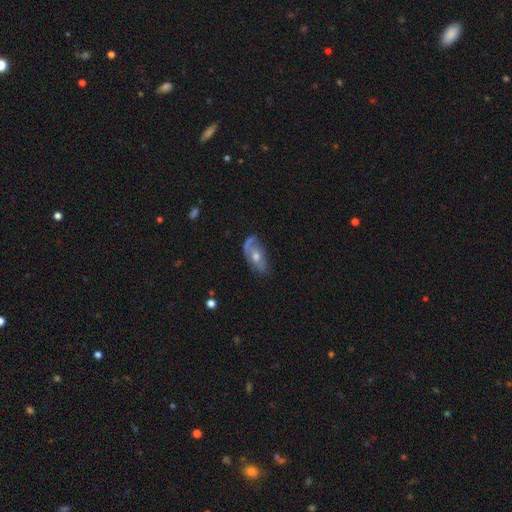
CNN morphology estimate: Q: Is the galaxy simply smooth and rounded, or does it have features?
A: featured or disk — 65%.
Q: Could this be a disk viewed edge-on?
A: no — 88%.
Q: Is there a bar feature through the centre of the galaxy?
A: no — 76%.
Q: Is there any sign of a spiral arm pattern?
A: yes — 65%.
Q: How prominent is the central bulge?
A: moderate — 65%.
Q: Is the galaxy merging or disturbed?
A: none — 55%.